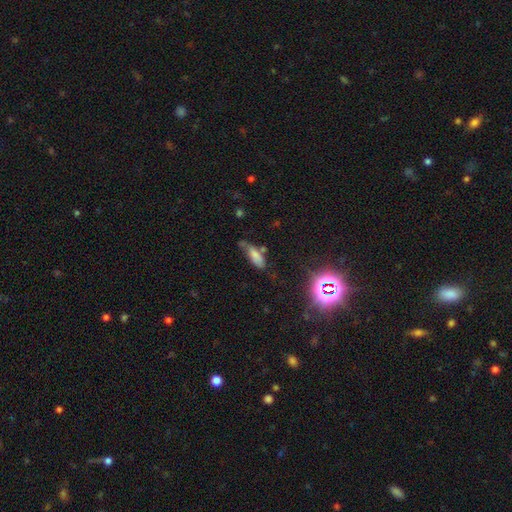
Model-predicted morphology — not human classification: Smooth or featured?
  - smooth: 71% *
  - star or artifact: 15%
  - featured or disk: 14%
How rounded?
  - in between: 67% *
  - cigar-shaped: 30%
  - round: 3%
Merging?
  - none: 46% *
  - minor disturbance: 32%
  - major disturbance: 12%
  - merger: 11%